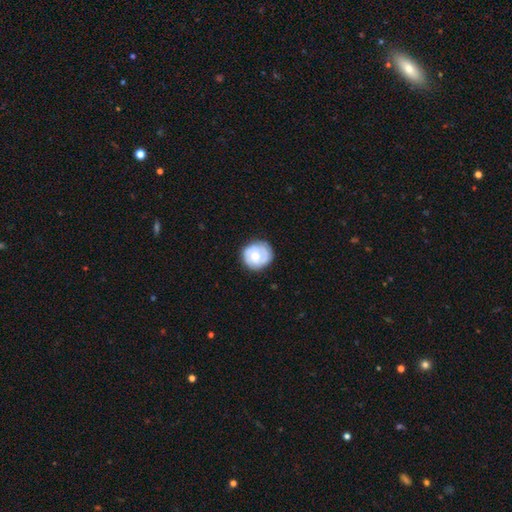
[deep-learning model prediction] A smooth galaxy with no disk features (49%). Merging: none (78%).